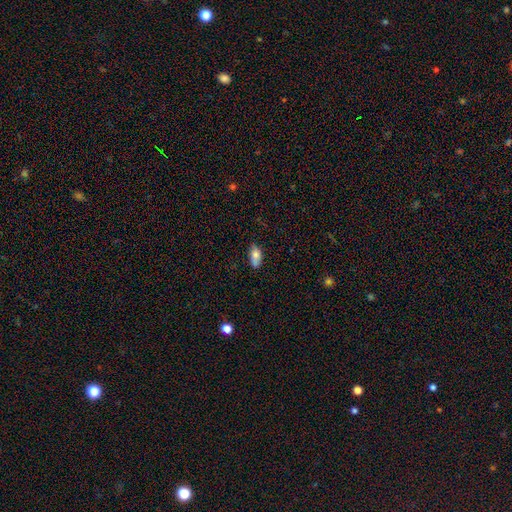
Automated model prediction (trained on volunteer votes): Smooth or featured: smooth — 75% (featured or disk — 17%)
How rounded: in between — 88% (cigar-shaped — 9%)
Merging: none — 70% (minor disturbance — 22%)